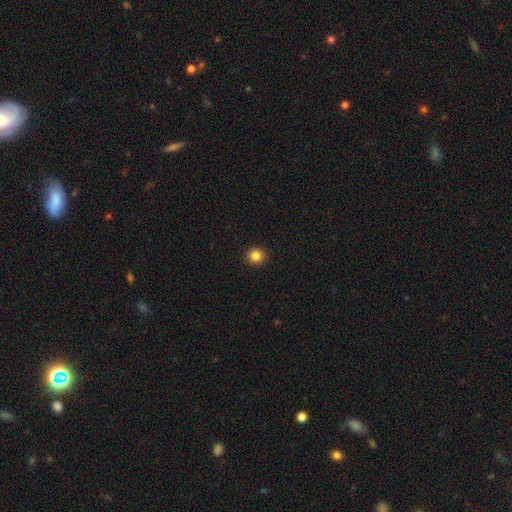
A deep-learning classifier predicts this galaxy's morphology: Smooth or featured? Predicted: smooth (p=0.84). How rounded? Predicted: round (p=0.91). Merging? Predicted: none (p=0.93).